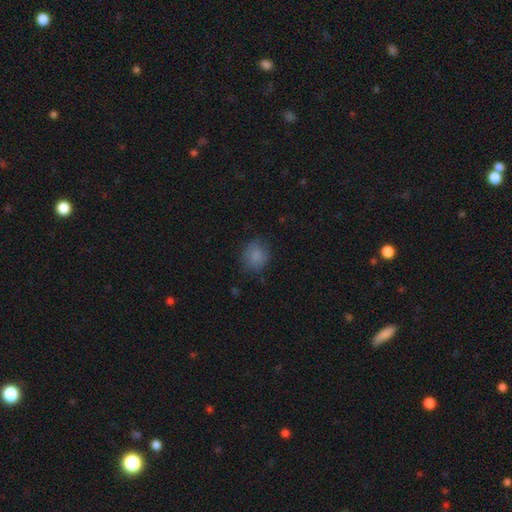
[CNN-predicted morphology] smooth_or_featured: smooth (p=0.84) [alt: star or artifact p=0.10]
how_rounded: round (p=0.75) [alt: in between p=0.24]
merging: none (p=0.75) [alt: minor disturbance p=0.19]